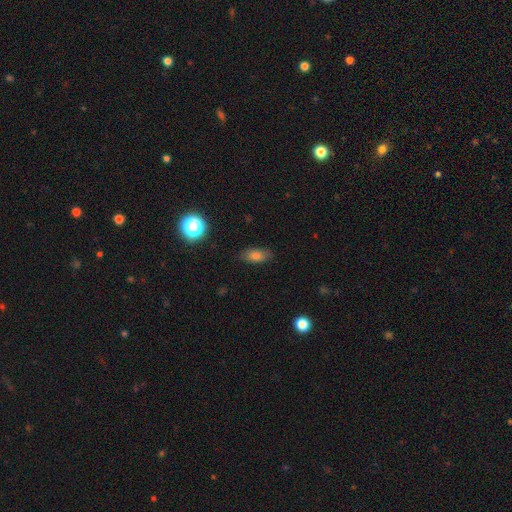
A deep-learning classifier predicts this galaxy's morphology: Smooth or featured: smooth — 77% (star or artifact — 12%)
How rounded: in between — 85% (cigar-shaped — 9%)
Merging: none — 83% (minor disturbance — 13%)